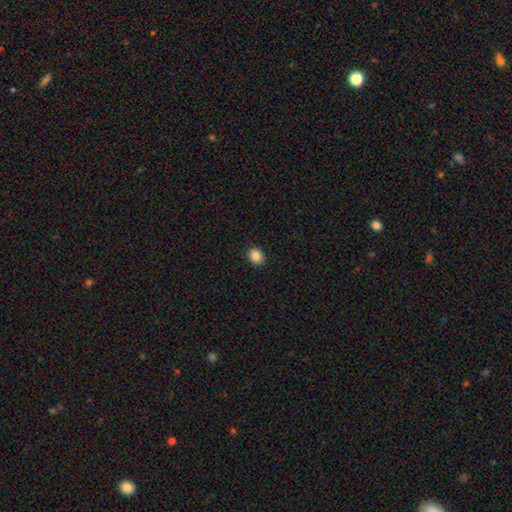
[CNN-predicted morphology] Smooth or featured?
  - smooth: 87% *
  - star or artifact: 10%
  - featured or disk: 3%
How rounded?
  - in between: 52% *
  - round: 47%
  - cigar-shaped: 1%
Merging?
  - none: 90% *
  - minor disturbance: 7%
  - major disturbance: 2%
  - merger: 1%